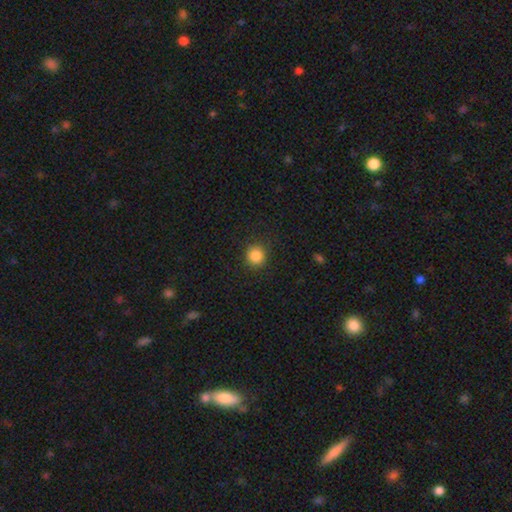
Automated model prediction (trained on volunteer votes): Q: Smooth or featured?
A: smooth (86%); runner-up: star or artifact (10%)
Q: How rounded?
A: round (92%); runner-up: in between (7%)
Q: Merging?
A: none (89%); runner-up: minor disturbance (7%)